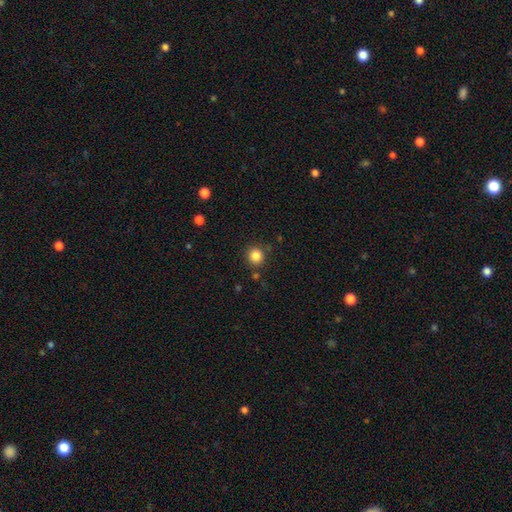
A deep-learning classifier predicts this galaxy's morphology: type=smooth (84%); roundness=round (90%); merging=none (86%).